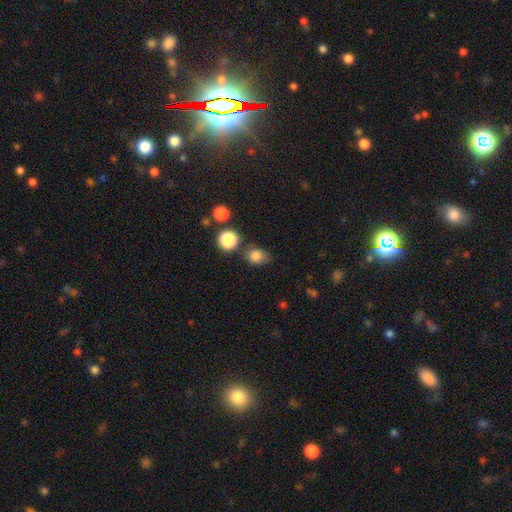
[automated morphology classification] smooth_or_featured: smooth (p=0.82) [alt: star or artifact p=0.12]
how_rounded: round (p=0.55) [alt: in between p=0.44]
merging: none (p=0.64) [alt: minor disturbance p=0.22]